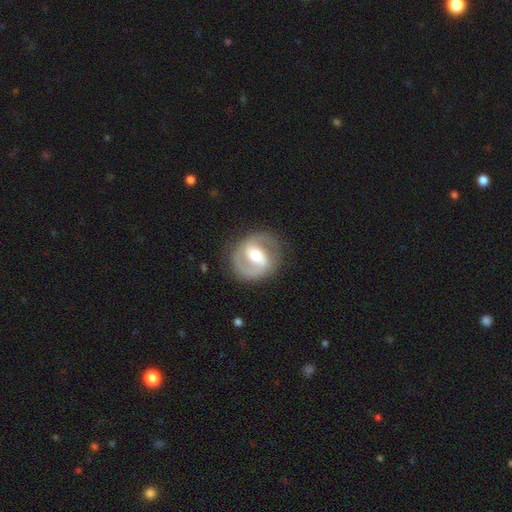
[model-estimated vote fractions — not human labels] Smooth or featured? featured or disk (81%)
Edge-on disk? no (97%)
Bar? weak (42%)
Spiral arms? yes (87%)
Spiral winding? medium (52%)
Spiral arm count? 2 (88%)
Bulge size? moderate (70%)
Merging? none (82%)